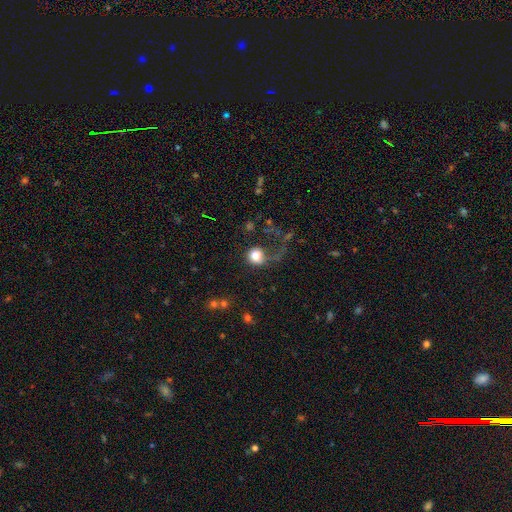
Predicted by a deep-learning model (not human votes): This is likely a smooth galaxy (77%). How rounded: clearly round (85%). Merging: possibly none (45%).